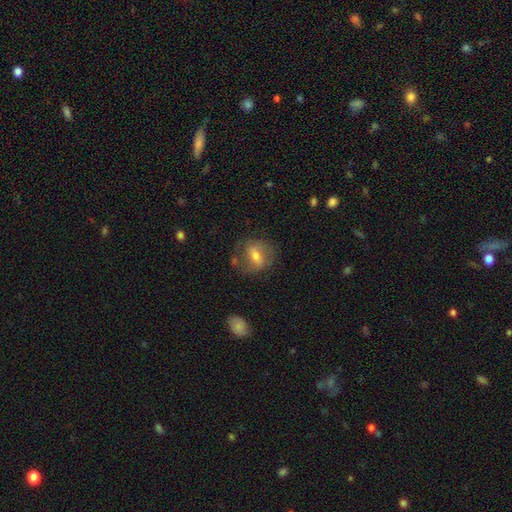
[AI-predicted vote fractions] Q: Smooth or featured?
A: smooth (50%); runner-up: featured or disk (41%)
Q: Merging?
A: none (65%); runner-up: minor disturbance (20%)